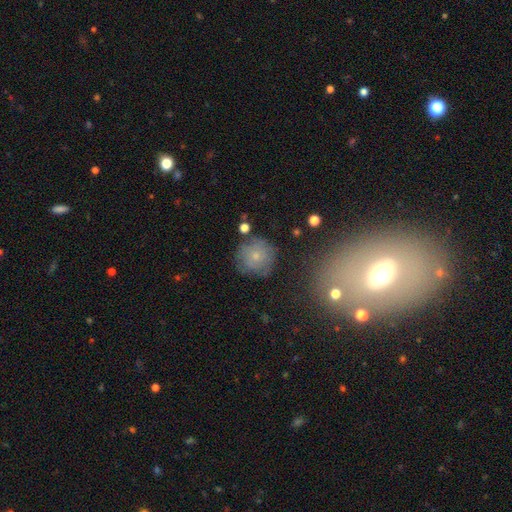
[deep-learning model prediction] Overall: smooth (66%). How rounded: round (93%). Merging: none (72%).